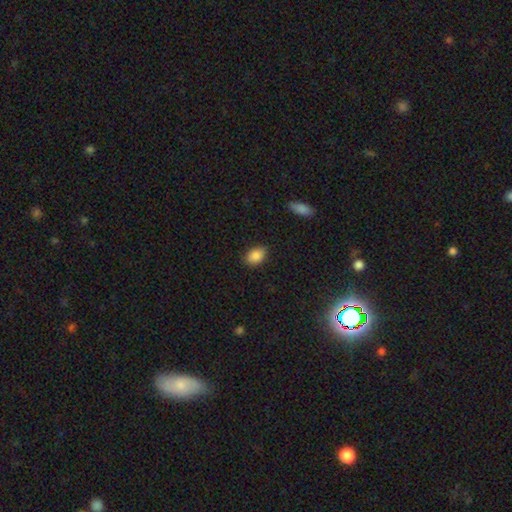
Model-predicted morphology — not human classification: Smooth or featured: smooth — 87% (star or artifact — 8%)
How rounded: in between — 82% (round — 17%)
Merging: none — 85% (minor disturbance — 11%)